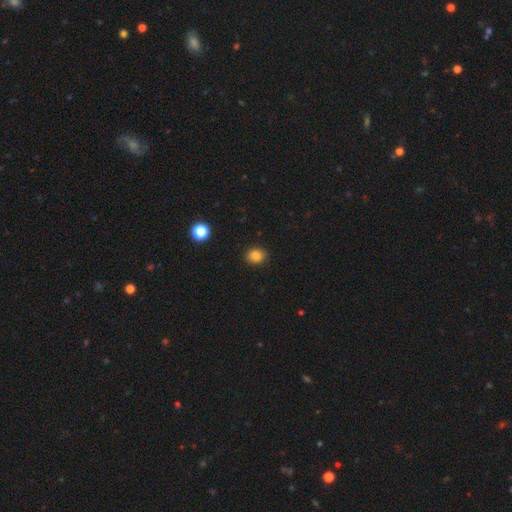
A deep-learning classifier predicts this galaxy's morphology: smooth 83%, star or artifact 12%, featured or disk 5%. Down the decision tree: how rounded — round (72%); merging — none (90%).